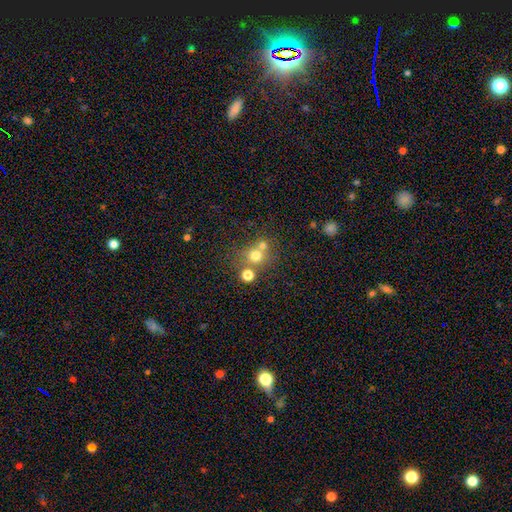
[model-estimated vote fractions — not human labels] Morphology: type=smooth (69%); roundness=round (86%); merging=none (53%).